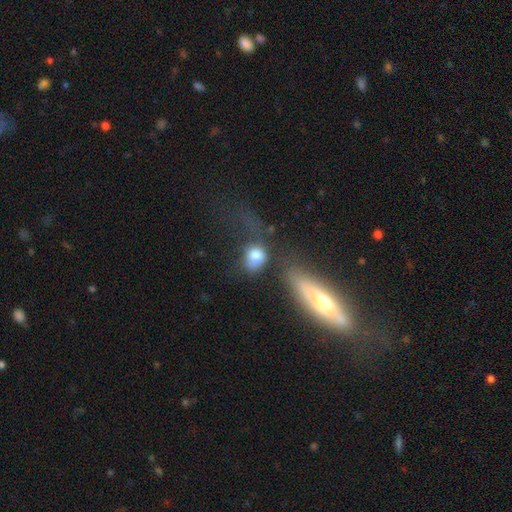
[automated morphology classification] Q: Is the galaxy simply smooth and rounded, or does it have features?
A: smooth — 76%.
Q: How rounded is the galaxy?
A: round — 61%.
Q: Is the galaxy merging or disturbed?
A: none — 43%.